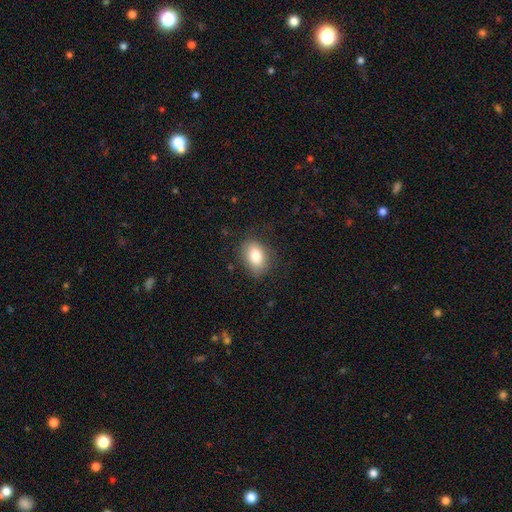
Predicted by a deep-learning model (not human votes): This is clearly a smooth galaxy (82%). How rounded: likely in between (77%). Merging: likely none (80%).